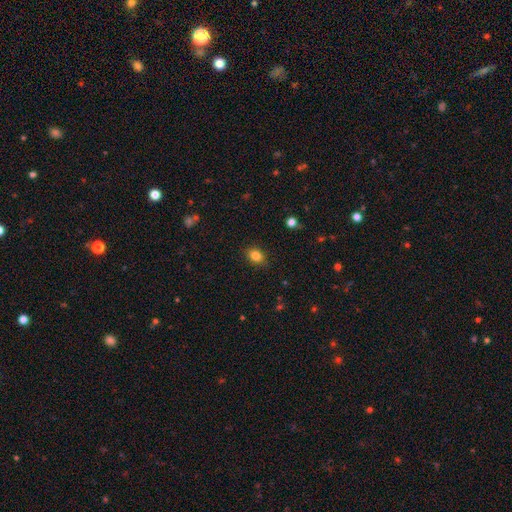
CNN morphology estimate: Q: Smooth or featured?
A: smooth (84%); runner-up: star or artifact (11%)
Q: How rounded?
A: in between (62%); runner-up: round (37%)
Q: Merging?
A: none (88%); runner-up: minor disturbance (9%)